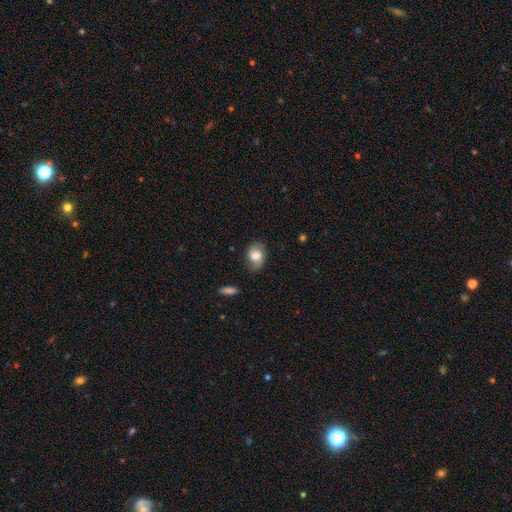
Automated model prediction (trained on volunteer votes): Smooth or featured? smooth (69%)
How rounded? in between (70%)
Merging? none (73%)